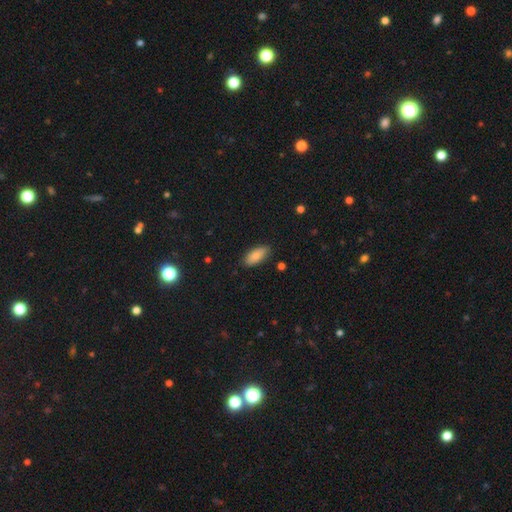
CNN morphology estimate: type=smooth (85%); roundness=in between (88%); merging=none (85%).